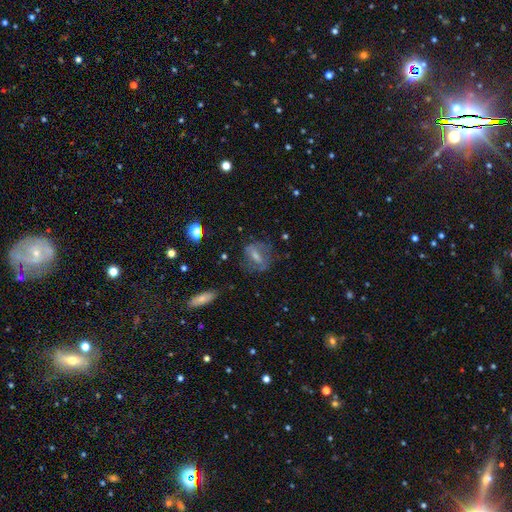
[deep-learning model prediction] featured or disk 49%, smooth 39%, star or artifact 11%. Down the decision tree: merging — none (60%).